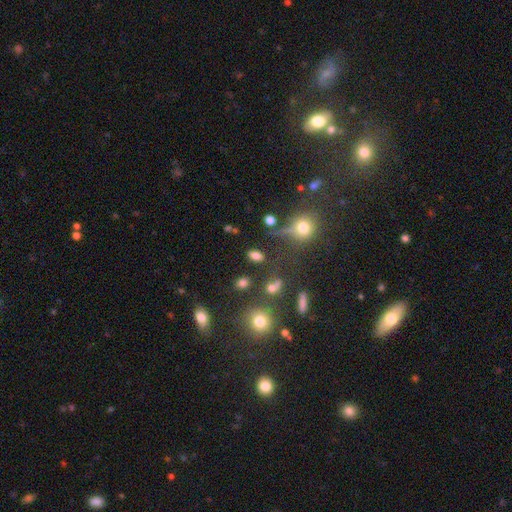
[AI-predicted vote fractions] Overall: smooth (76%). How rounded: in between (84%). Merging: none (73%).